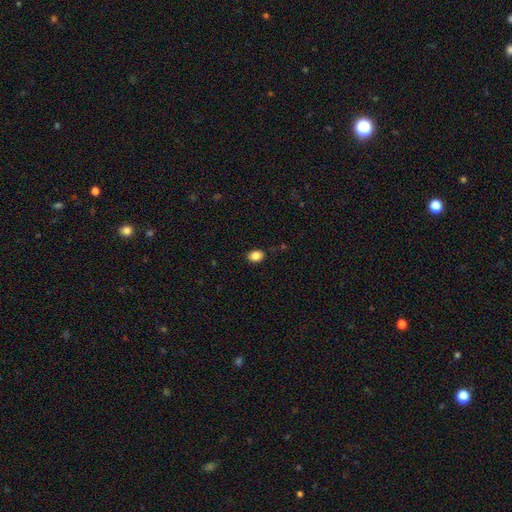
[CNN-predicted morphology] type=smooth (86%); roundness=in between (64%); merging=none (84%).